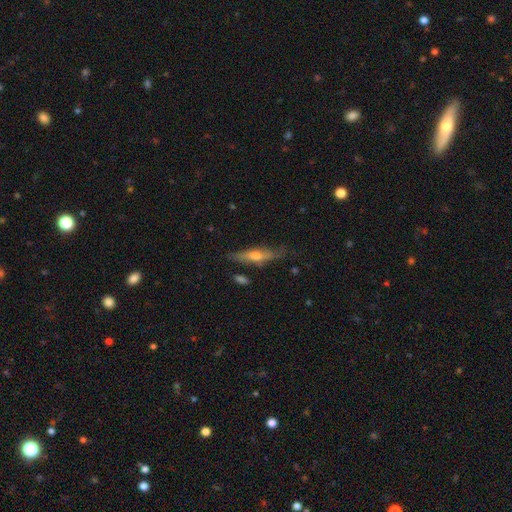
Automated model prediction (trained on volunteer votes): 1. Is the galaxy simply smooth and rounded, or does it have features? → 58% featured or disk, 35% smooth, 7% star or artifact.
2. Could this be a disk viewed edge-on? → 88% yes, 12% no.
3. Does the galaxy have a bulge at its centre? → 85% rounded, 8% none, 7% boxy.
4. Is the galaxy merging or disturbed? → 74% none, 18% minor disturbance, 5% major disturbance, 3% merger.